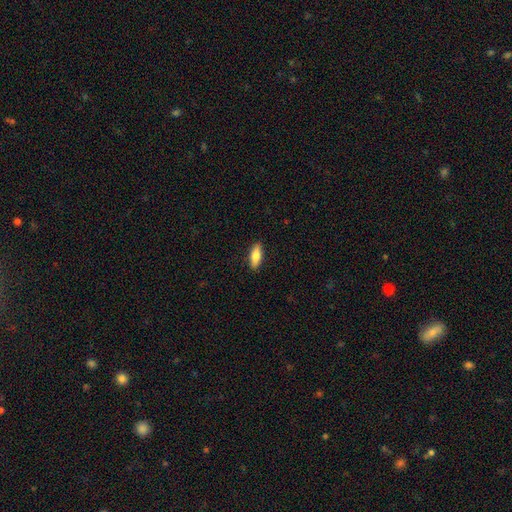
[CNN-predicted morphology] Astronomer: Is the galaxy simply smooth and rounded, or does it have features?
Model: smooth — 78%.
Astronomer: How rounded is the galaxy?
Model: in between — 68%.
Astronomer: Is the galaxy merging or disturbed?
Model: none — 89%.